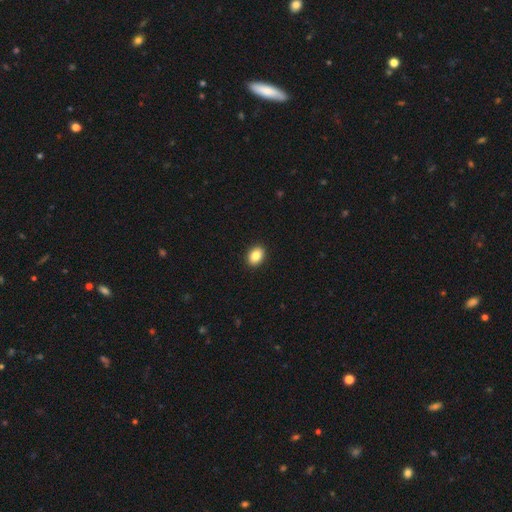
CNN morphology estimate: This appears to be a smooth galaxy with no disk features (86%) that is in between round and cigar-shaped (72%). Merging: none (92%).